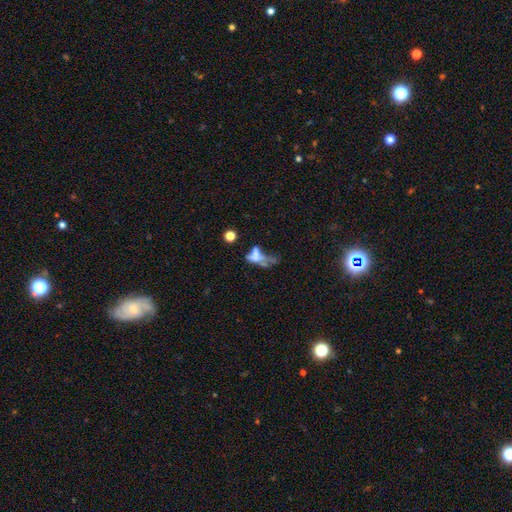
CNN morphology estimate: A smooth galaxy with no disk features (43%). Merging: major disturbance (36%).